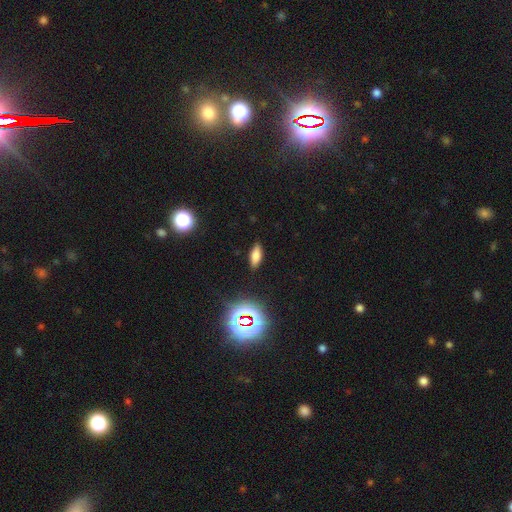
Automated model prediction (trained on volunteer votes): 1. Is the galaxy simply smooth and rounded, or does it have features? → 71% smooth, 17% star or artifact, 12% featured or disk.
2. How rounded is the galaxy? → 74% in between, 23% cigar-shaped, 4% round.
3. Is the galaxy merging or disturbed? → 88% none, 9% minor disturbance, 2% major disturbance, 1% merger.